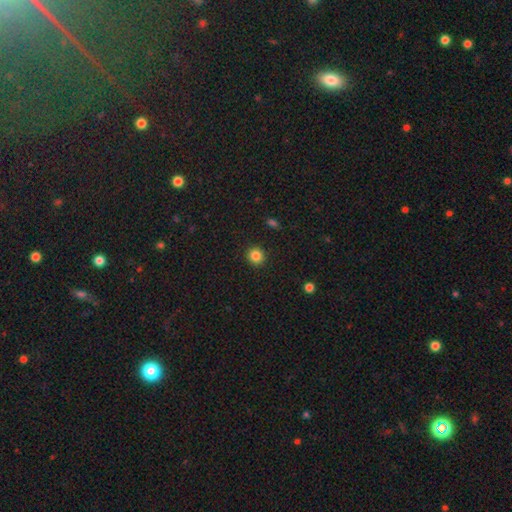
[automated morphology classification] Q: Smooth or featured?
A: smooth (84%); runner-up: star or artifact (11%)
Q: How rounded?
A: round (90%); runner-up: in between (9%)
Q: Merging?
A: none (92%); runner-up: minor disturbance (5%)